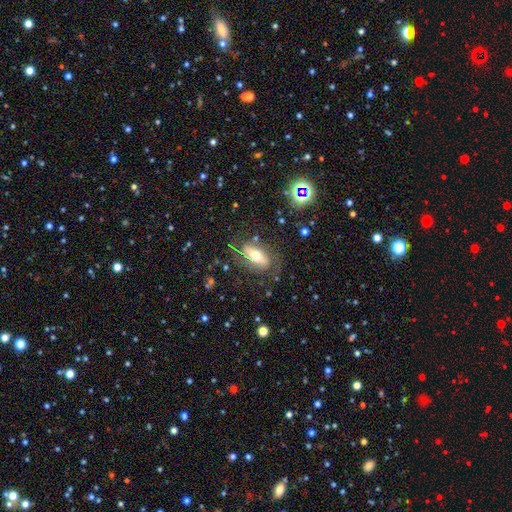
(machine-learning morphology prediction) A featured or disk galaxy (53%).

Vote fractions:
- Smooth or featured? featured or disk: 53% / smooth: 39% / star or artifact: 9%
- Edge-on disk? no: 82% / yes: 18%
- Merging? none: 65% / minor disturbance: 18% / major disturbance: 14% / merger: 3%